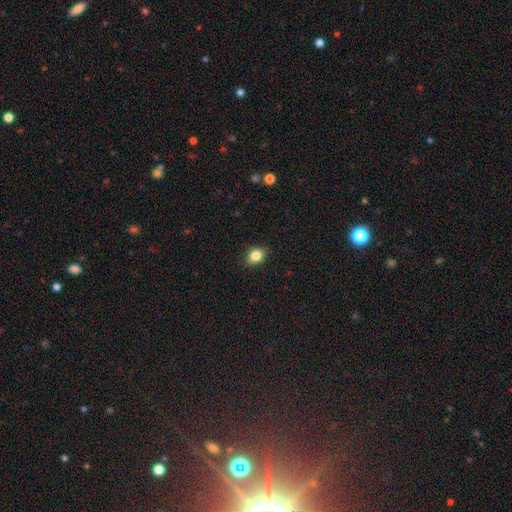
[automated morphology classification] The model was most divided on "how rounded": in between: 62%, round: 37%, cigar-shaped: 1%. More confident: merging — none (88%); smooth or featured — smooth (84%).